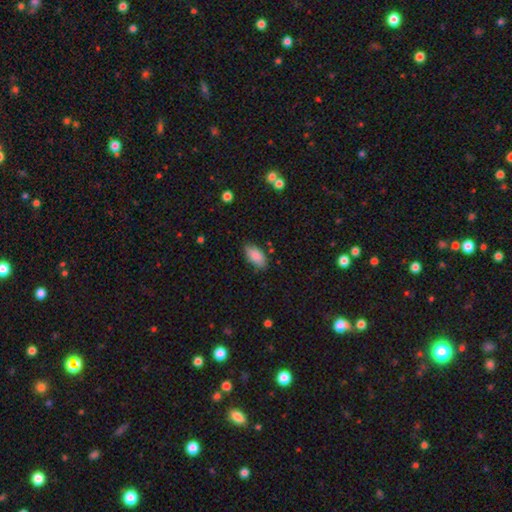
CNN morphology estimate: Smooth or featured: smooth — 87% (star or artifact — 7%)
How rounded: in between — 92% (cigar-shaped — 6%)
Merging: none — 79% (minor disturbance — 16%)